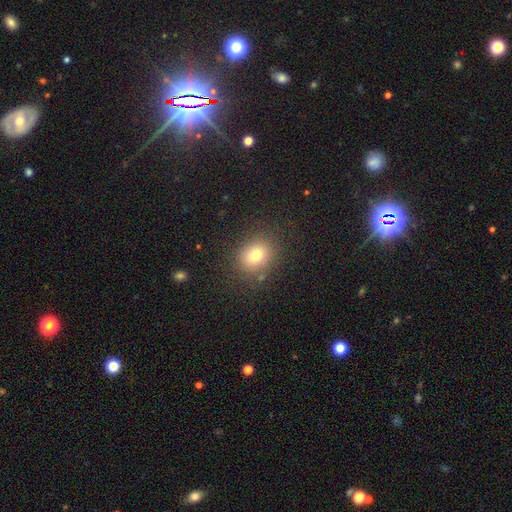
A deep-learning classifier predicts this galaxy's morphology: smooth 76%, star or artifact 13%, featured or disk 11%. Down the decision tree: how rounded — round (63%); merging — none (83%).